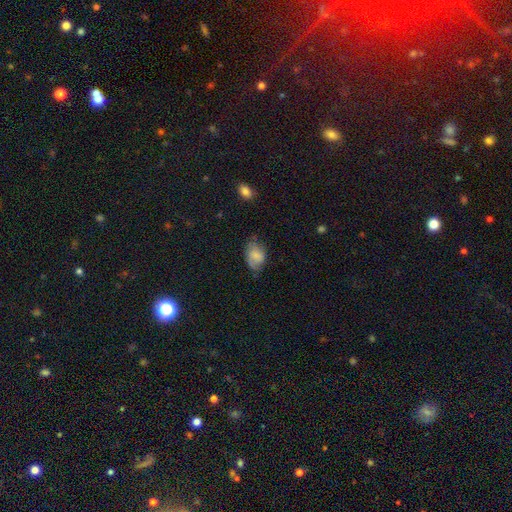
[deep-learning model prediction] A smooth galaxy with no disk features (62%) that is in between round and cigar-shaped (82%). Merging: none (55%).